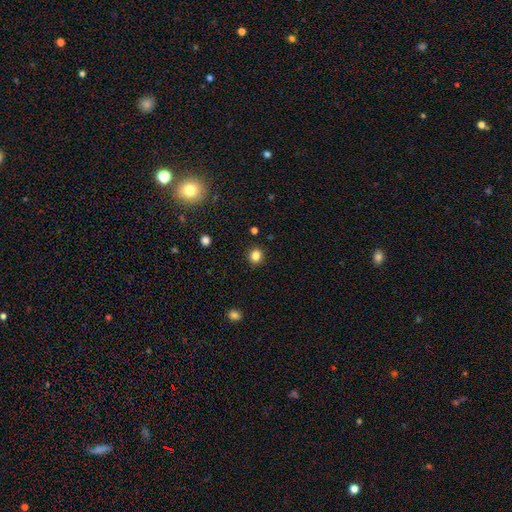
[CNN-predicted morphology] Smooth or featured? Predicted: smooth (p=0.83). How rounded? Predicted: round (p=0.84). Merging? Predicted: none (p=0.90).